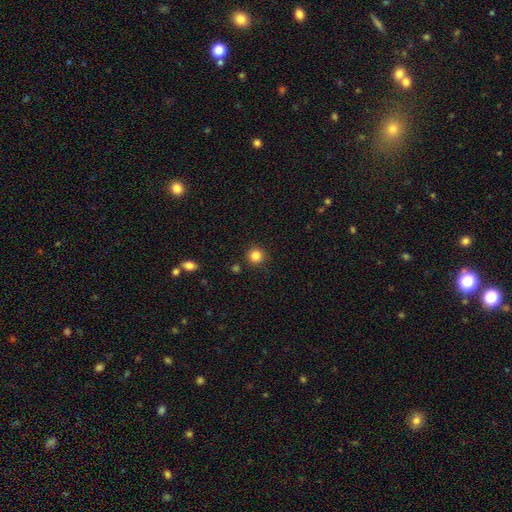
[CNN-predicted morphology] type=smooth (84%); roundness=round (94%); merging=none (90%).